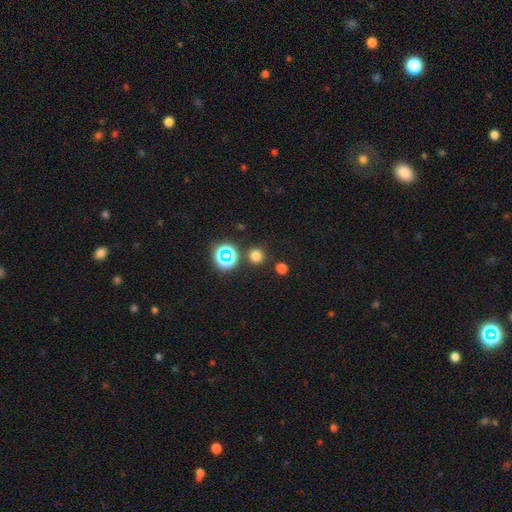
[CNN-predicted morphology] A smooth galaxy with no disk features (73%) that is round (91%). Merging: none (85%).